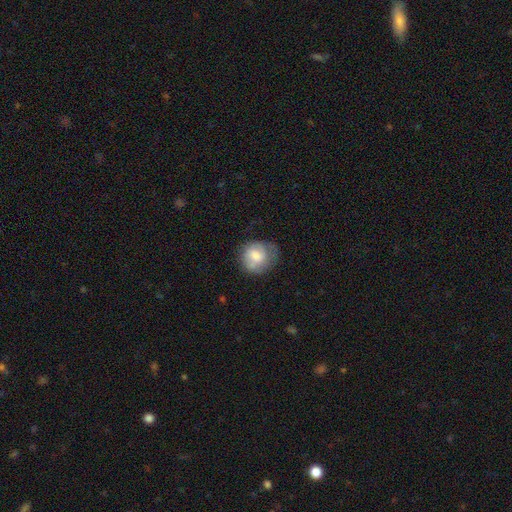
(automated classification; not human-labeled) A smooth galaxy with no disk features (68%) that is round (79%).

Vote fractions:
- Smooth or featured? smooth: 68% / featured or disk: 24% / star or artifact: 7%
- How rounded? round: 79% / in between: 20% / cigar-shaped: 1%
- Merging? none: 56% / minor disturbance: 29% / major disturbance: 12% / merger: 3%